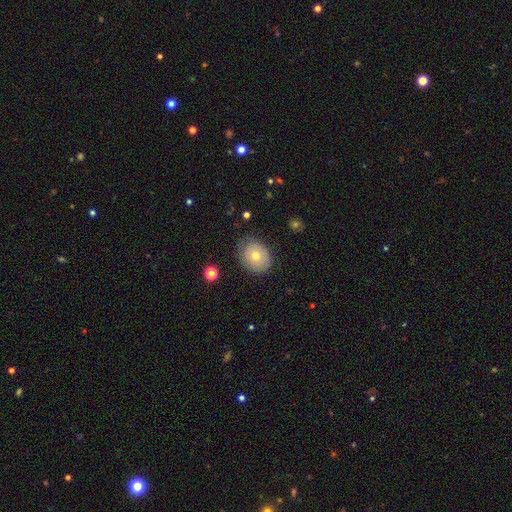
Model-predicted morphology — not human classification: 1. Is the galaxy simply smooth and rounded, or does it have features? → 68% smooth, 23% featured or disk, 9% star or artifact.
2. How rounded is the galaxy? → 51% round, 48% in between, 1% cigar-shaped.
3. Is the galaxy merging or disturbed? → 80% none, 16% minor disturbance, 4% major disturbance, 1% merger.